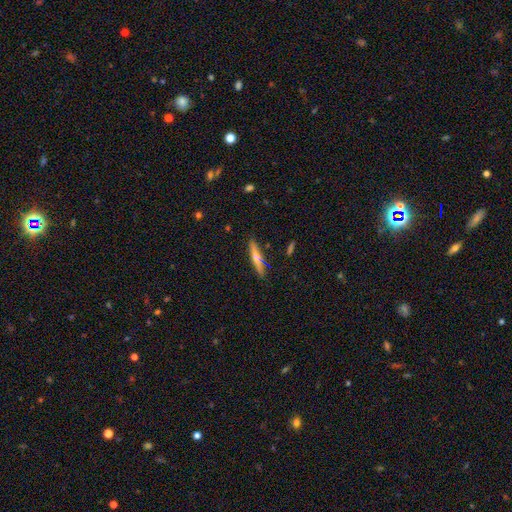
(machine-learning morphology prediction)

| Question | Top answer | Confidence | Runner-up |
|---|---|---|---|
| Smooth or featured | featured or disk | 63% | smooth (30%) |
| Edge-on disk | yes | 95% | no (5%) |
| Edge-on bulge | rounded | 90% | none (8%) |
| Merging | none | 89% | minor disturbance (8%) |